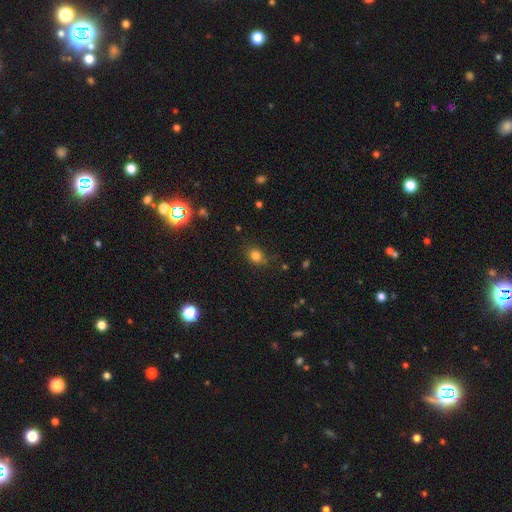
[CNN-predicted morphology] Smooth or featured: smooth — 80% (star or artifact — 14%)
How rounded: round — 56% (in between — 42%)
Merging: none — 74% (minor disturbance — 19%)